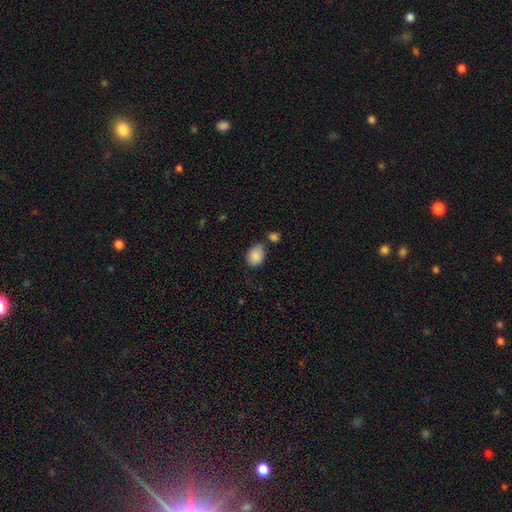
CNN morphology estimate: The model was most divided on "how rounded": in between: 66%, round: 32%, cigar-shaped: 1%. More confident: smooth or featured — smooth (87%); merging — none (65%).